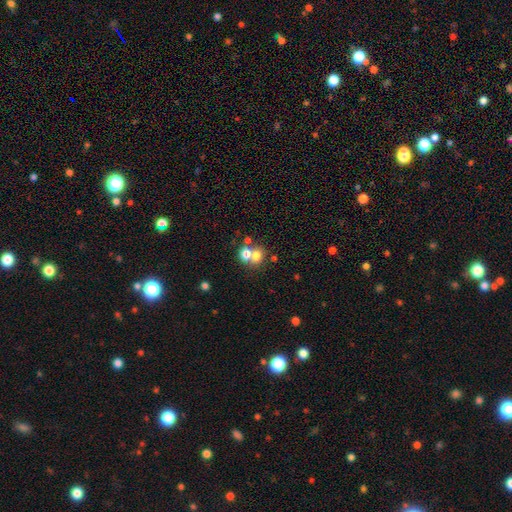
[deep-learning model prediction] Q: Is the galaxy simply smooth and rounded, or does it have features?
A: smooth — 71%.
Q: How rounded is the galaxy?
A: round — 64%.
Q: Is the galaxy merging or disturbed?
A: merger — 59%.